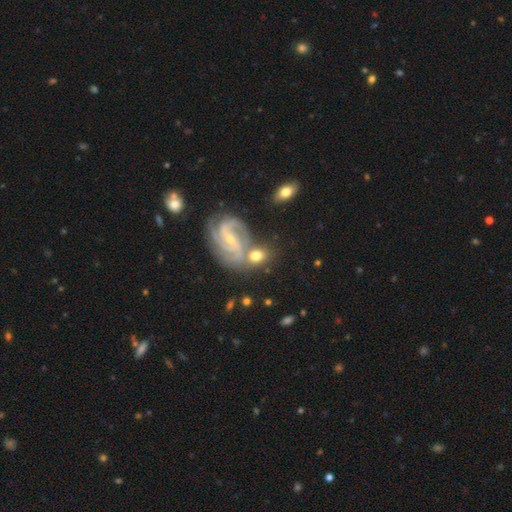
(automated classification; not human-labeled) Overall: featured or disk (68%). Edge-on disk: no (96%). Bar: weak (41%; no 39%). Spiral arms: yes (95%). Spiral arm count: 3 (45%; 2 22%). Spiral winding: medium (49%; tight 40%). Bulge size: small (72%). Merging: none (60%; merger 20%).